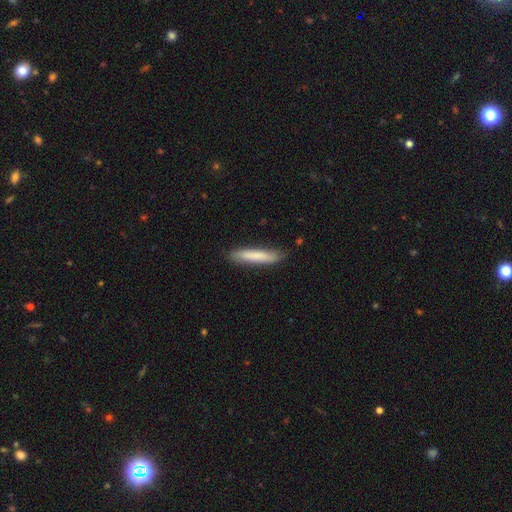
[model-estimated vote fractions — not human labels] Morphology: type=smooth (79%); roundness=cigar-shaped (91%); merging=none (85%).